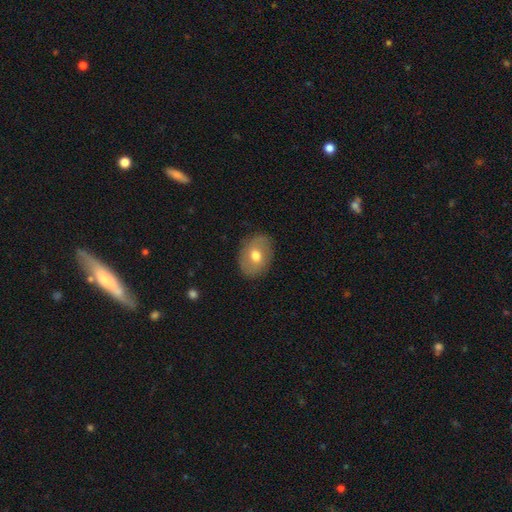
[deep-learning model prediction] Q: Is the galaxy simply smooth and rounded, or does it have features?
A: smooth — 63%.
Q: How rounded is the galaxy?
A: in between — 66%.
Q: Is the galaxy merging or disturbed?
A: none — 84%.